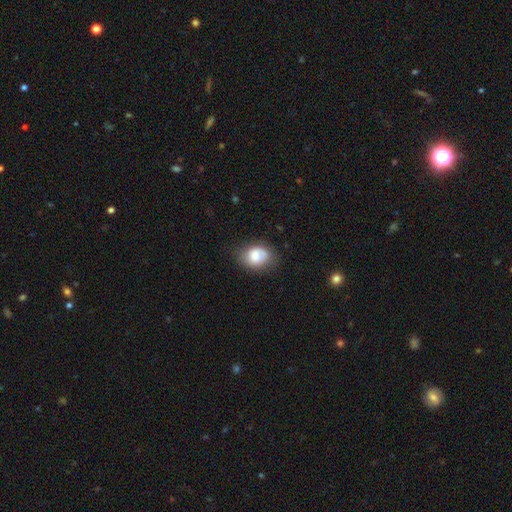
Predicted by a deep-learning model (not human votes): Smooth or featured: smooth — 77% (featured or disk — 15%)
How rounded: in between — 64% (round — 35%)
Merging: none — 64% (minor disturbance — 26%)